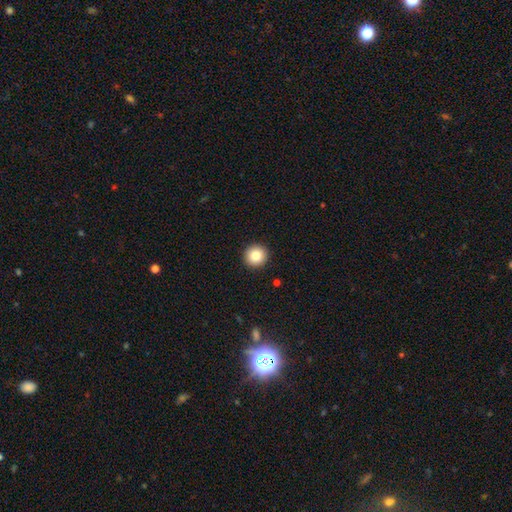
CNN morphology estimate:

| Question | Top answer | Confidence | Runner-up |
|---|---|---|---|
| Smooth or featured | smooth | 82% | star or artifact (10%) |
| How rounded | round | 95% | in between (4%) |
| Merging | none | 93% | minor disturbance (4%) |